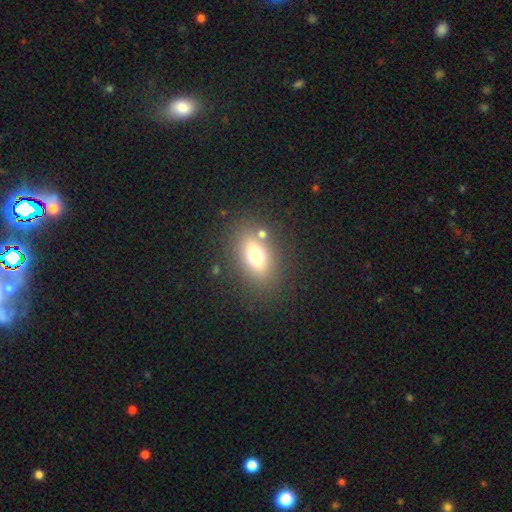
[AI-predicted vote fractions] Smooth or featured: smooth — 66% (featured or disk — 20%)
How rounded: in between — 75% (round — 20%)
Merging: none — 78% (minor disturbance — 10%)